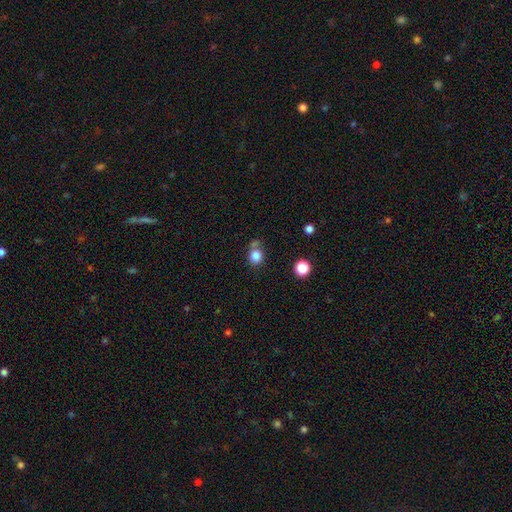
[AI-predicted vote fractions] Morphology: type=smooth (83%); roundness=round (80%); merging=none (61%).